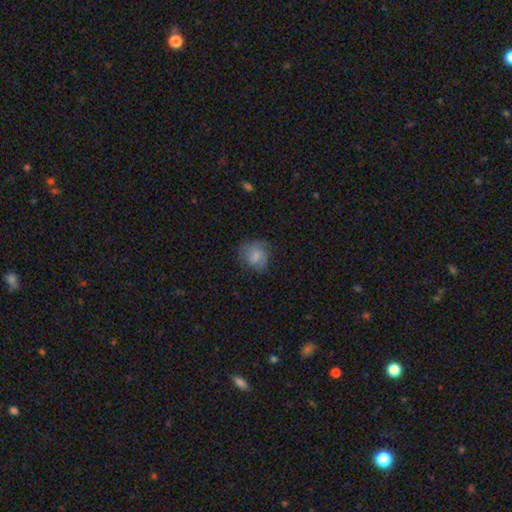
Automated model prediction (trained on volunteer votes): Morphology: type=smooth (69%); roundness=round (72%); merging=none (64%).